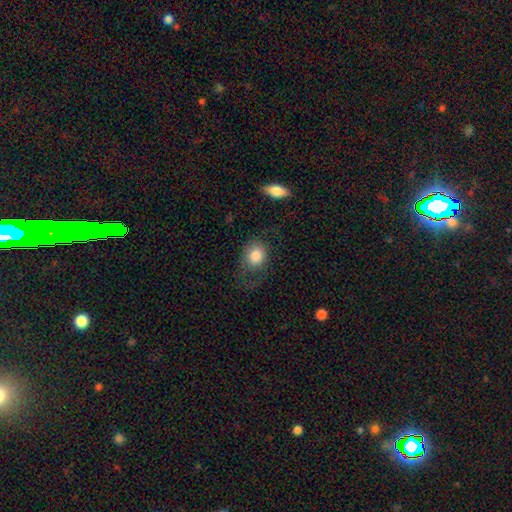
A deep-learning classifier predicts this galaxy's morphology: type=smooth (81%); roundness=round (54%); merging=none (53%).